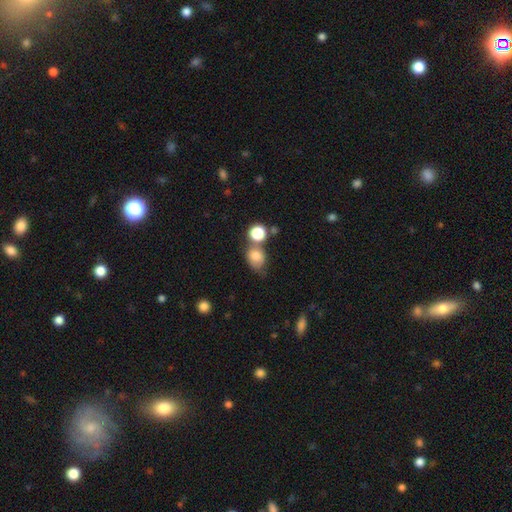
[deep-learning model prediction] smooth_or_featured: smooth (p=0.78) [alt: star or artifact p=0.12]
how_rounded: round (p=0.52) [alt: in between p=0.47]
merging: none (p=0.43) [alt: merger p=0.27]